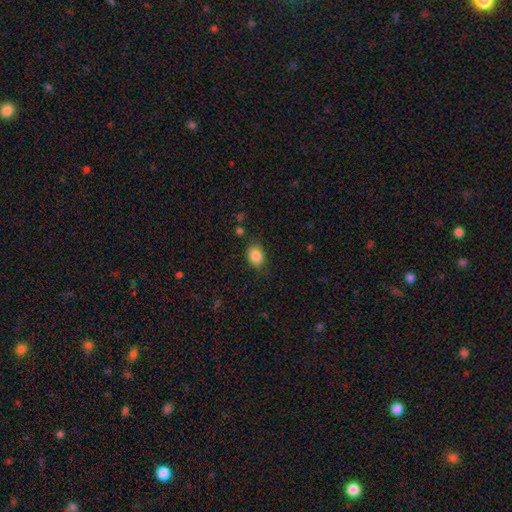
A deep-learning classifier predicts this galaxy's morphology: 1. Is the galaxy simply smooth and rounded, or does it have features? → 87% smooth, 9% star or artifact, 5% featured or disk.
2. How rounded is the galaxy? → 63% in between, 36% round, 1% cigar-shaped.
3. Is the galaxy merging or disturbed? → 82% none, 13% minor disturbance, 3% major disturbance, 2% merger.